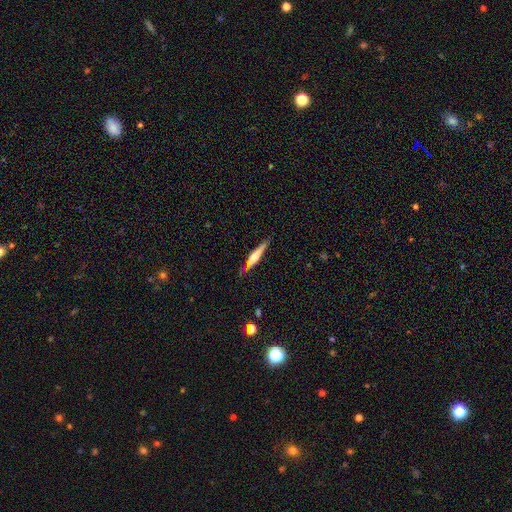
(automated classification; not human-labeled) The model was most divided on "smooth or featured": featured or disk: 56%, smooth: 39%, star or artifact: 6%. More confident: edge-on disk — yes (95%); merging — none (81%); edge-on bulge — rounded (63%).